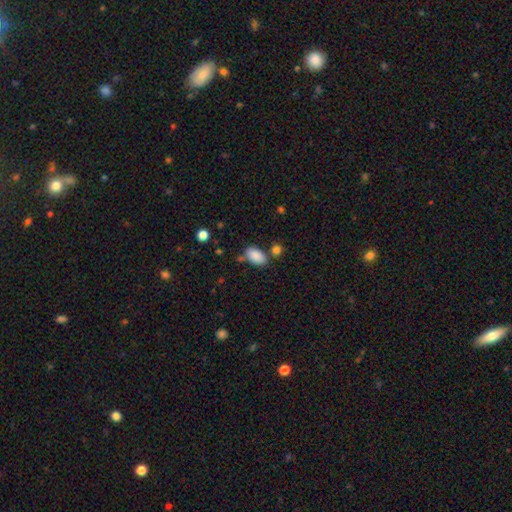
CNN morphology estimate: Smooth or featured: smooth — 87% (star or artifact — 8%)
How rounded: in between — 93% (round — 5%)
Merging: none — 67% (minor disturbance — 17%)